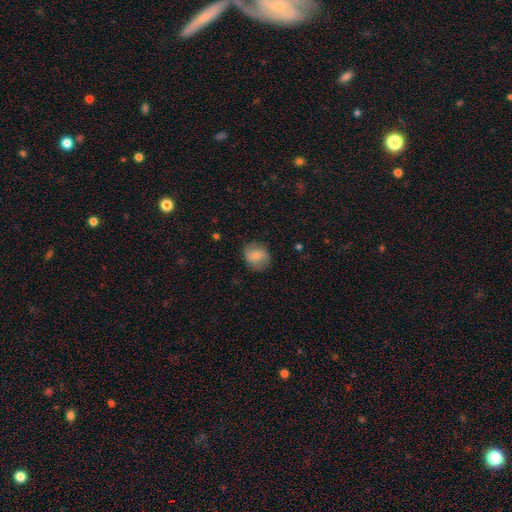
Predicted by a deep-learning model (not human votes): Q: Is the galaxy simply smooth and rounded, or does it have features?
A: smooth — 71%.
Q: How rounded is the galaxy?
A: round — 71%.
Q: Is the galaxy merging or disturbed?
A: none — 81%.